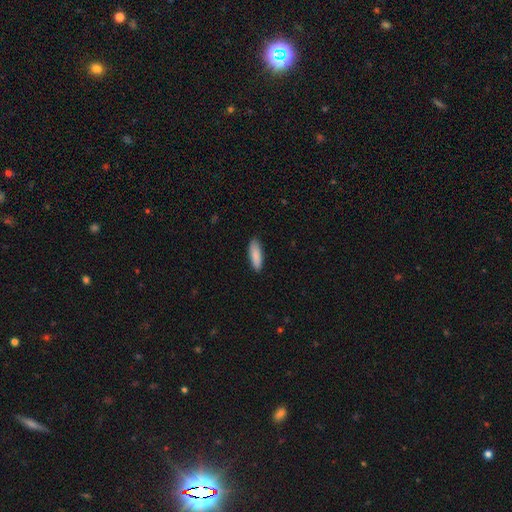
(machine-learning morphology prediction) Smooth or featured? Predicted: smooth (p=0.89). How rounded? Predicted: in between (p=0.53). Merging? Predicted: none (p=0.88).